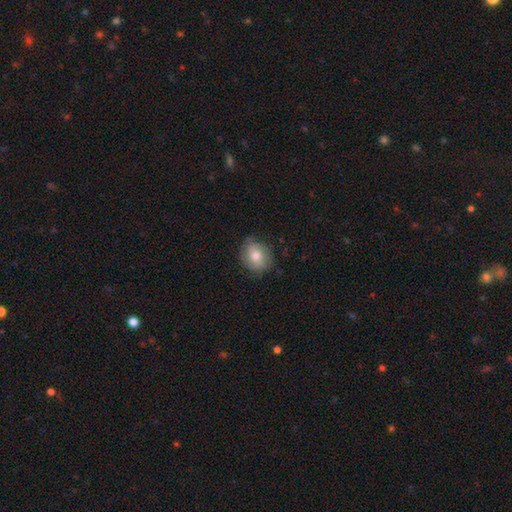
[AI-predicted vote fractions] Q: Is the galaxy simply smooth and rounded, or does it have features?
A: smooth — 69%.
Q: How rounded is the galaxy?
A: round — 66%.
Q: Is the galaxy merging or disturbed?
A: none — 74%.